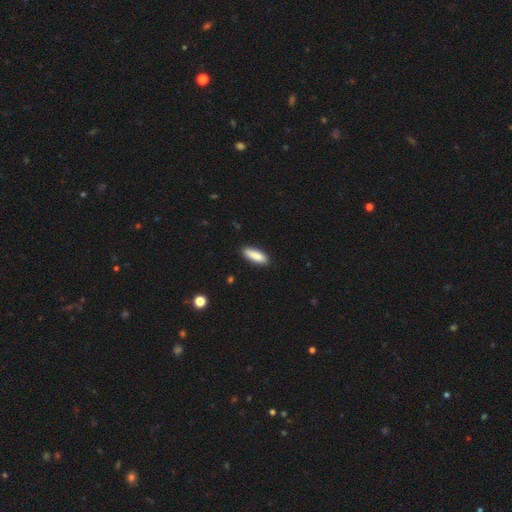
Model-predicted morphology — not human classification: Q: Smooth or featured?
A: smooth (87%); runner-up: featured or disk (7%)
Q: How rounded?
A: in between (58%); runner-up: cigar-shaped (40%)
Q: Merging?
A: none (88%); runner-up: minor disturbance (9%)